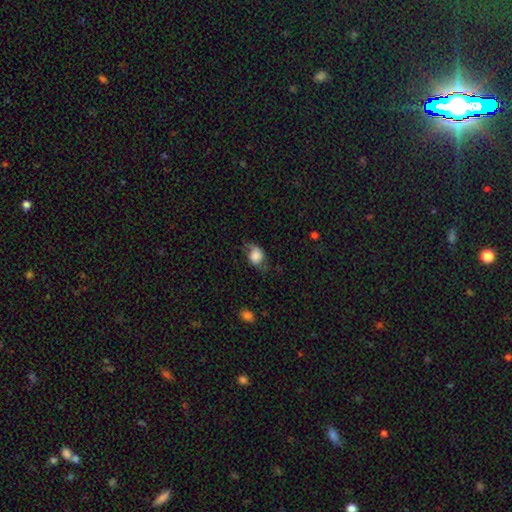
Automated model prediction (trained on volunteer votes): Morphology: type=smooth (70%); roundness=in between (60%); merging=none (50%).